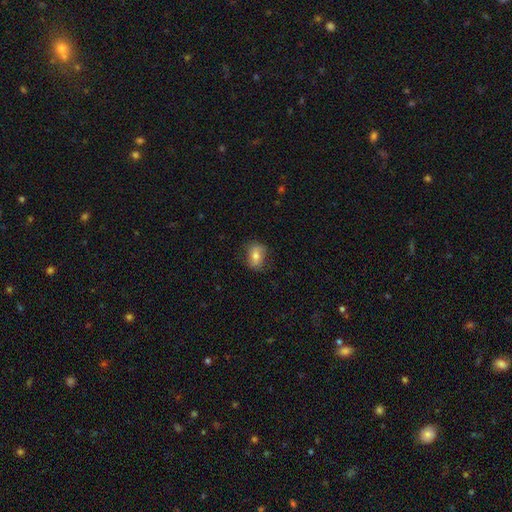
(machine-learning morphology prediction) The model was most divided on "how rounded": in between: 66%, round: 32%, cigar-shaped: 2%. More confident: merging — none (74%); smooth or featured — smooth (68%).